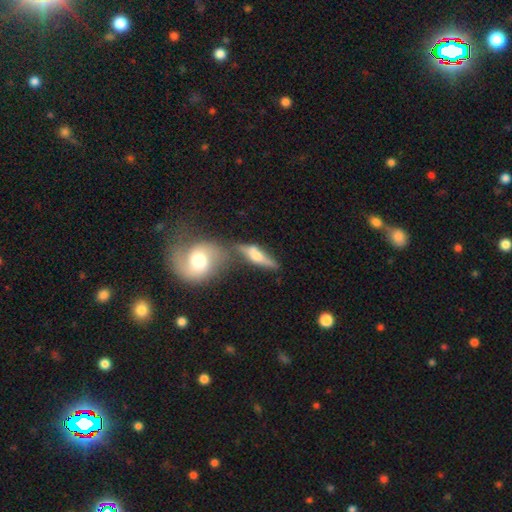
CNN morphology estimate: Smooth or featured?
  - featured or disk: 53% *
  - smooth: 39%
  - star or artifact: 8%
Edge-on disk?
  - yes: 77% *
  - no: 23%
Merging?
  - none: 46% *
  - merger: 30%
  - minor disturbance: 15%
  - major disturbance: 8%